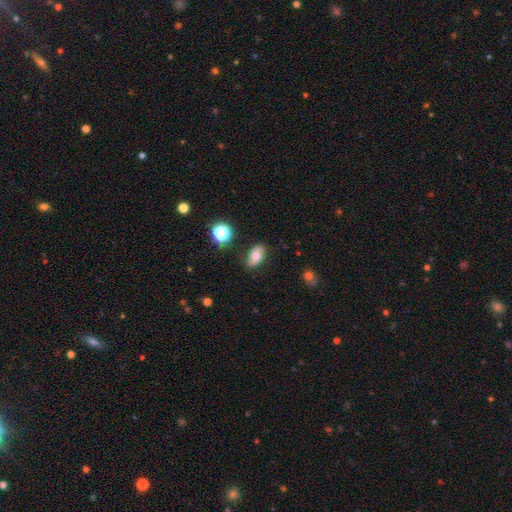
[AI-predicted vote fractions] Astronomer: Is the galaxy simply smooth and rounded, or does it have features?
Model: smooth — 67%.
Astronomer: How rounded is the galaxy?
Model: in between — 88%.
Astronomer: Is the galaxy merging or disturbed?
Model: none — 81%.